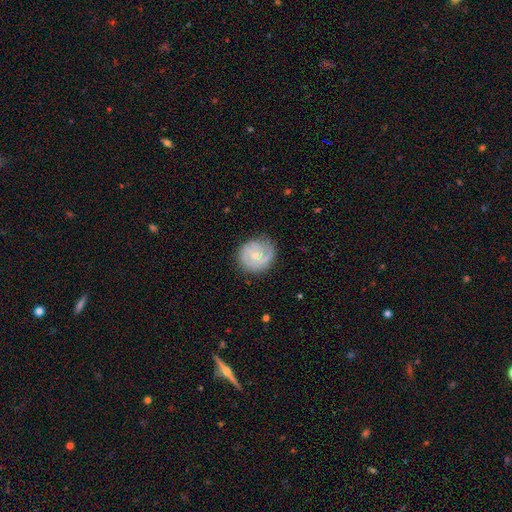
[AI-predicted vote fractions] smooth_or_featured: featured or disk (p=0.73) [alt: smooth p=0.21]
disk_edge_on: no (p=0.98) [alt: yes p=0.02]
bar: no (p=0.73) [alt: weak p=0.23]
has_spiral_arms: yes (p=0.91) [alt: no p=0.09]
spiral_winding: tight (p=0.56) [alt: medium p=0.34]
spiral_arm_count: 2 (p=0.38) [alt: can't tell p=0.23]
bulge_size: small (p=0.64) [alt: moderate p=0.33]
merging: none (p=0.77) [alt: minor disturbance p=0.16]